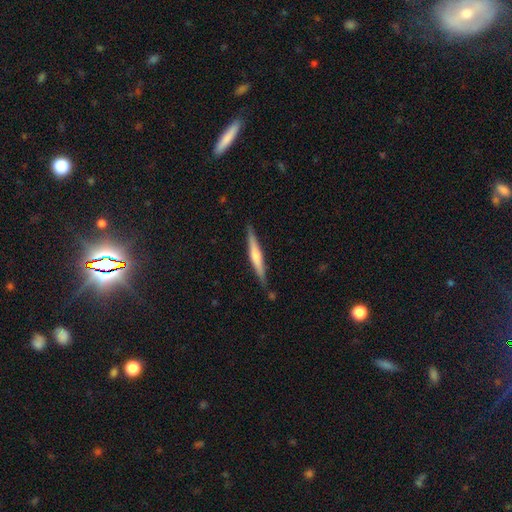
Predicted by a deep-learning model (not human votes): featured or disk 59%, smooth 35%, star or artifact 6%. Down the decision tree: edge-on disk — yes (97%); edge-on bulge — rounded (68%); merging — none (87%).